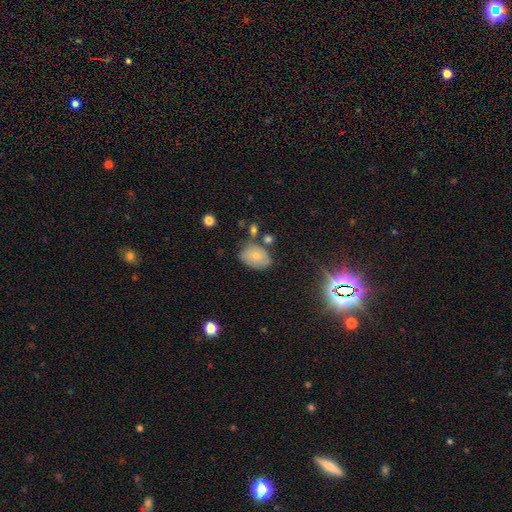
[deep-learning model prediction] Smooth or featured? smooth (70%)
How rounded? in between (79%)
Merging? none (61%)